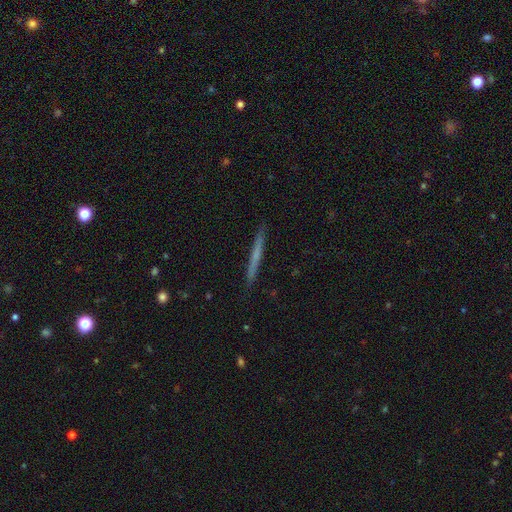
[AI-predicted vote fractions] This is possibly a smooth galaxy (49%). Merging: clearly none (91%).